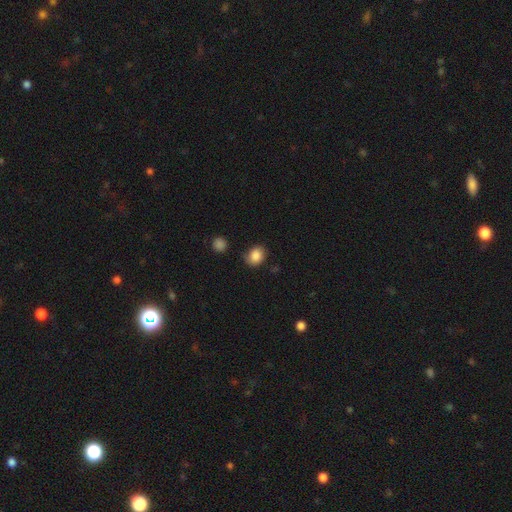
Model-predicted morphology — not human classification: This is clearly a smooth galaxy (86%). How rounded: possibly round (54%). Merging: likely none (71%).